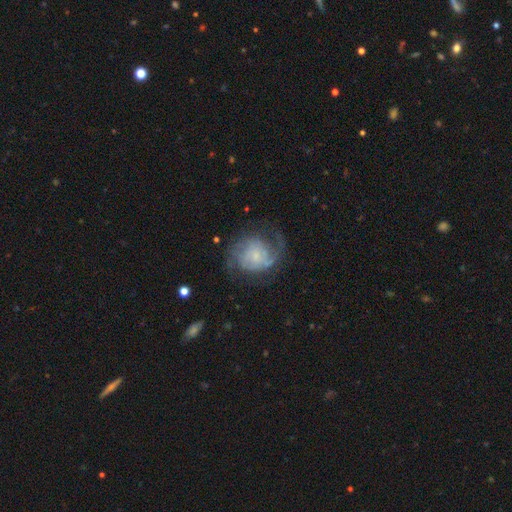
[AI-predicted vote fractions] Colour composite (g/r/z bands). It shows a featured or disk galaxy (73%) with no bar (68%), 2 (49%) medium (44%) spiral arms (89%) and a small central bulge (58%). Merging: none (54%).